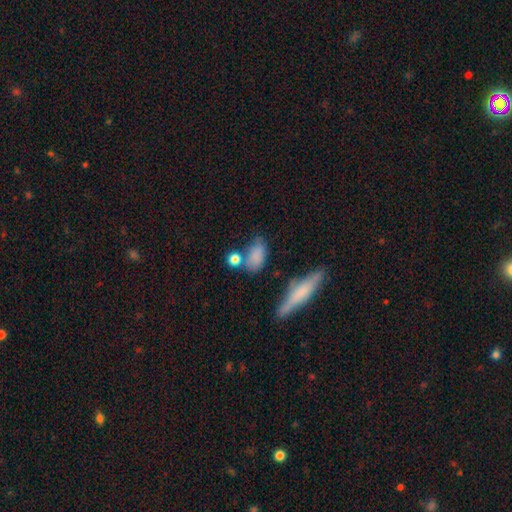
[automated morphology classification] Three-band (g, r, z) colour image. It shows a smooth galaxy with no disk features (78%) that is in between round and cigar-shaped (75%). Merging: none (48%).